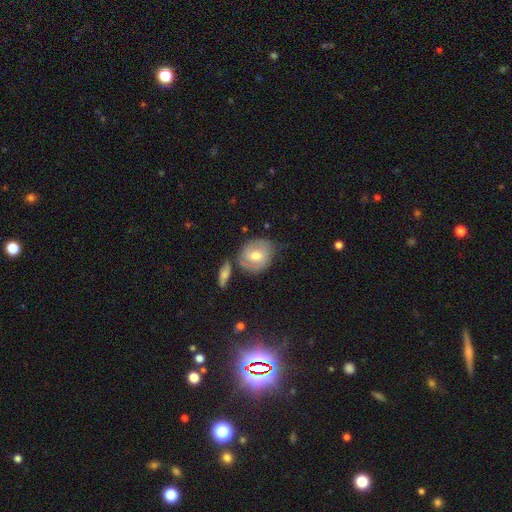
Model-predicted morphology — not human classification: Smooth or featured? Predicted: featured or disk (p=0.50). Edge-on disk? Predicted: no (p=0.94). Merging? Predicted: none (p=0.60).